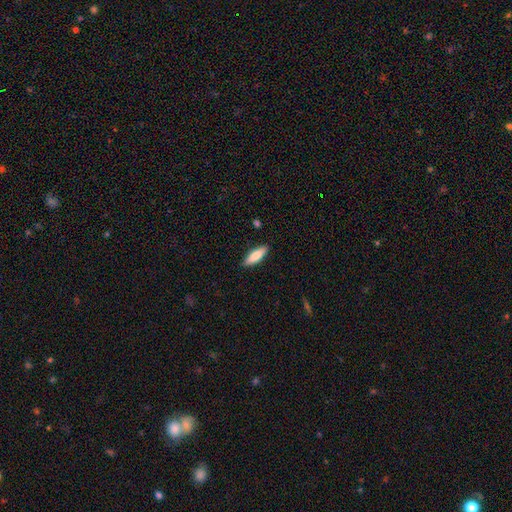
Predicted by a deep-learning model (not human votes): The model was most divided on "how rounded": cigar-shaped: 51%, in between: 47%, round: 2%. More confident: merging — none (88%); smooth or featured — smooth (79%).